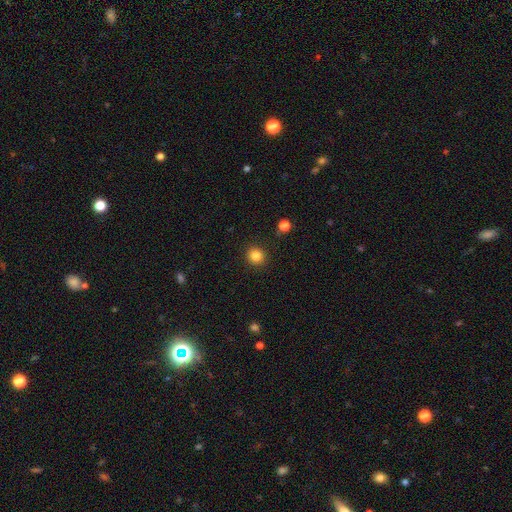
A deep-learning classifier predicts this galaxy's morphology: Smooth or featured? smooth (84%)
How rounded? round (89%)
Merging? none (91%)